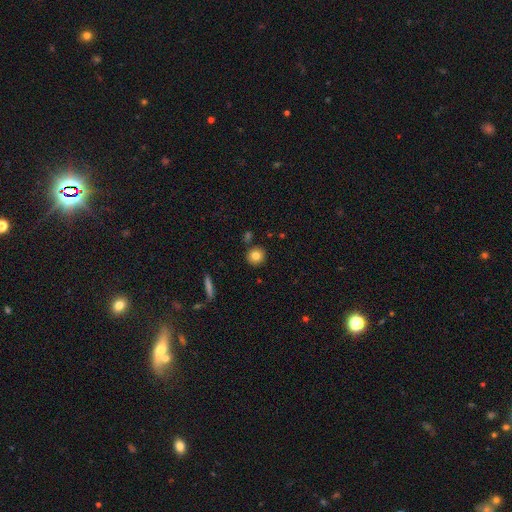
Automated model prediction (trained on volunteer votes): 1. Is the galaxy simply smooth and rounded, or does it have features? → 80% smooth, 10% star or artifact, 10% featured or disk.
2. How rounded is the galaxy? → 92% round, 7% in between, 1% cigar-shaped.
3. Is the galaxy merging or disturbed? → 86% none, 7% minor disturbance, 4% merger, 2% major disturbance.